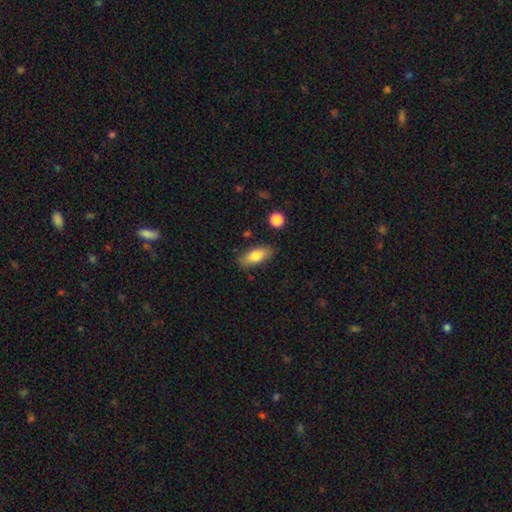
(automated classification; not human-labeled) Smooth or featured?
  - smooth: 77% *
  - featured or disk: 16%
  - star or artifact: 7%
How rounded?
  - in between: 77% *
  - cigar-shaped: 20%
  - round: 3%
Merging?
  - none: 83% *
  - minor disturbance: 12%
  - major disturbance: 3%
  - merger: 2%